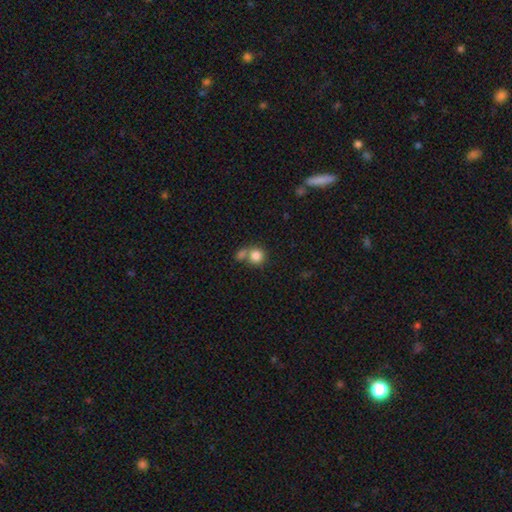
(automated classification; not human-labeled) This is clearly a smooth galaxy (82%). How rounded: clearly round (87%). Merging: possibly none (47%).